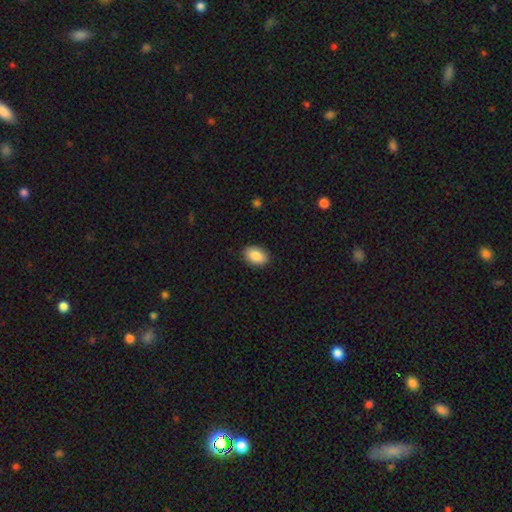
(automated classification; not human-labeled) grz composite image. It shows a smooth galaxy with no disk features (87%) that is in between round and cigar-shaped (88%). Merging: none (89%).